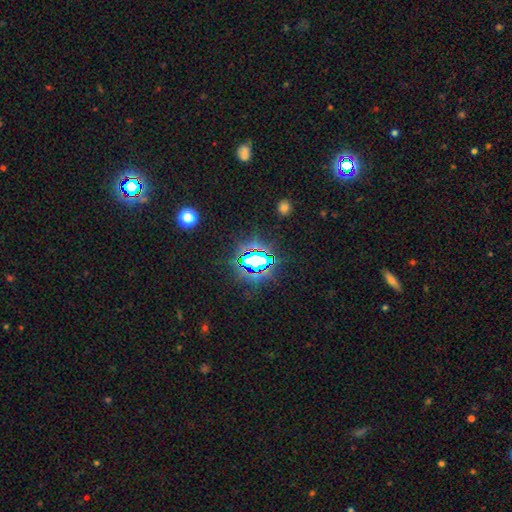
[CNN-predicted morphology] The model was most divided on "smooth or featured": star or artifact: 80%, smooth: 13%, featured or disk: 7%.